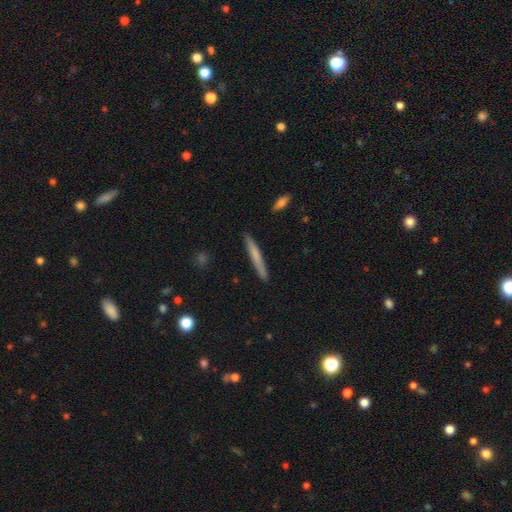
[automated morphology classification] Smooth or featured?
  - smooth: 65% *
  - featured or disk: 30%
  - star or artifact: 6%
How rounded?
  - cigar-shaped: 96% *
  - in between: 3%
  - round: 1%
Merging?
  - none: 90% *
  - minor disturbance: 7%
  - major disturbance: 1%
  - merger: 1%